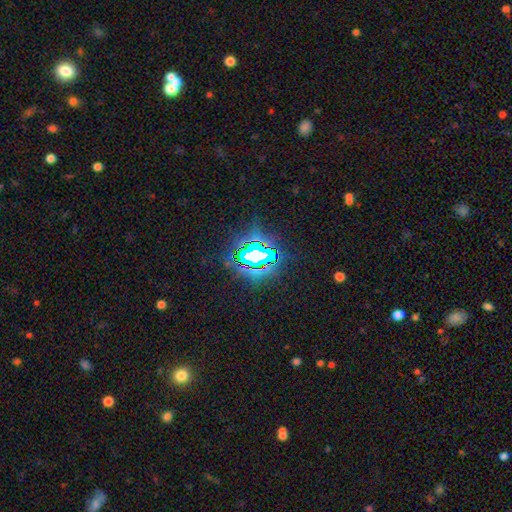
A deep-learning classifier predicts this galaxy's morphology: A star or artifact, not a galaxy (76%).

Vote fractions:
- Smooth or featured? star or artifact: 76% / smooth: 13% / featured or disk: 11%